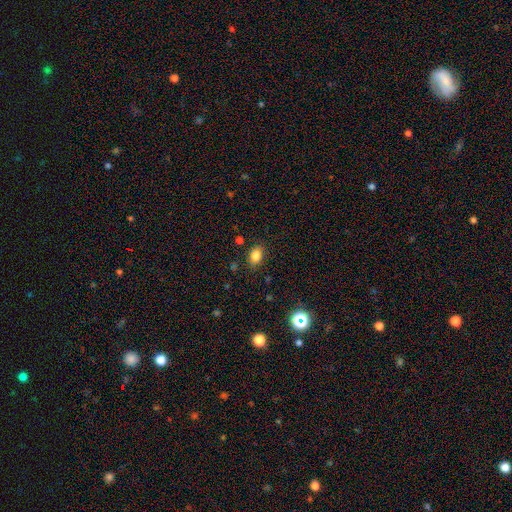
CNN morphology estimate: Overall: smooth (83%). How rounded: in between (76%). Merging: none (83%).